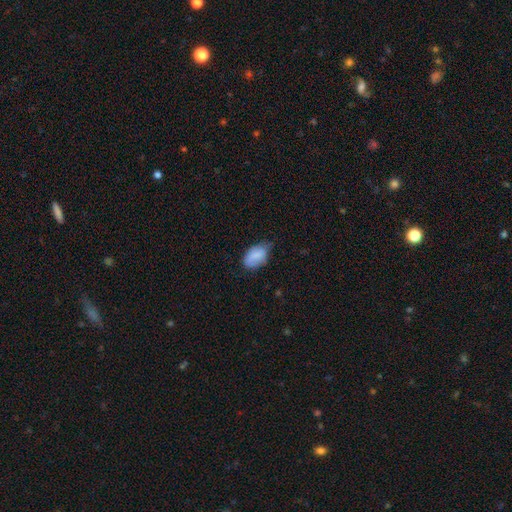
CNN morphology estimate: type=smooth (80%); roundness=in between (92%); merging=none (49%).